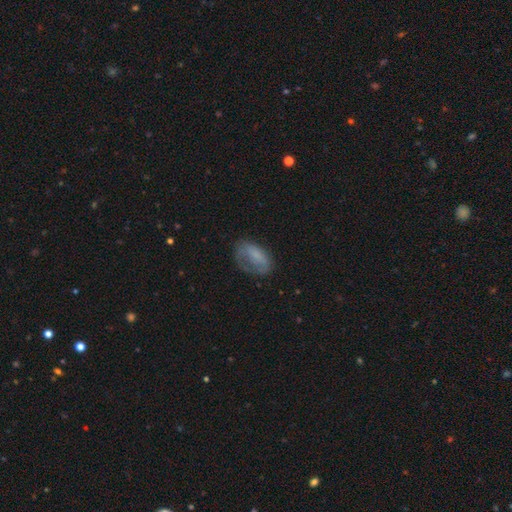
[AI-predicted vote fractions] This is likely a smooth galaxy (64%). How rounded: clearly in between (88%). Merging: marginally none (44%).